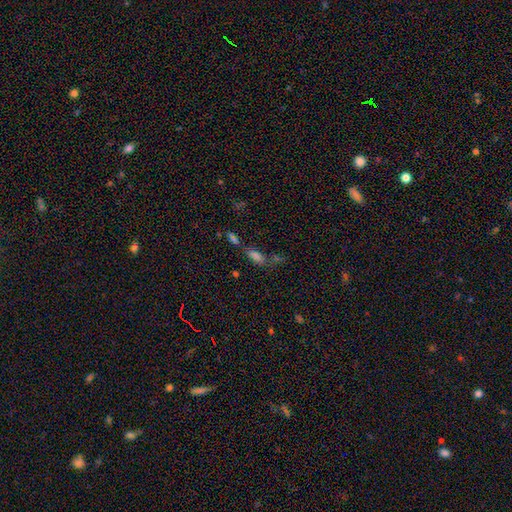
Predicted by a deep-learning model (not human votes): Smooth or featured? smooth (56%)
How rounded? in between (70%)
Merging? none (38%)